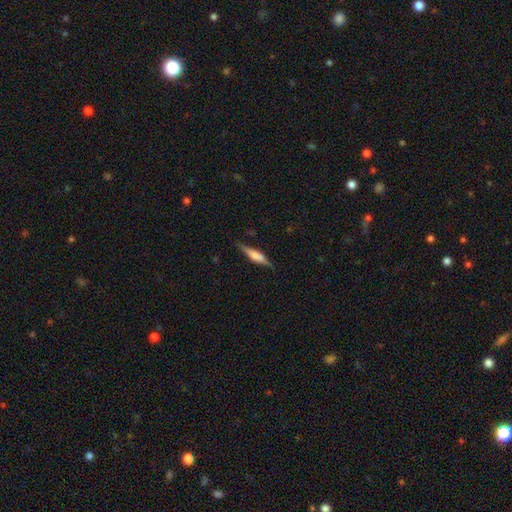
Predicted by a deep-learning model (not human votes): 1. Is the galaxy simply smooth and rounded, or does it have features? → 58% featured or disk, 35% smooth, 7% star or artifact.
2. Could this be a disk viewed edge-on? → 96% yes, 4% no.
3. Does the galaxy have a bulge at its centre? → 57% rounded, 33% boxy, 10% none.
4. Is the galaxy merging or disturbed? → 85% none, 11% minor disturbance, 2% major disturbance, 1% merger.